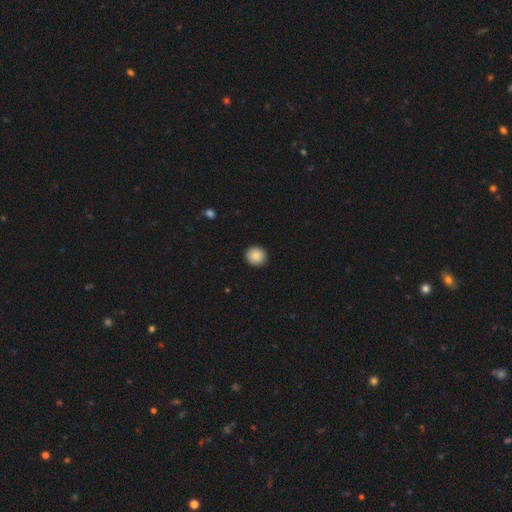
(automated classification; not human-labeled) The model was most divided on "how rounded": round: 89%, in between: 10%, cigar-shaped: 1%. More confident: merging — none (92%); smooth or featured — smooth (88%).